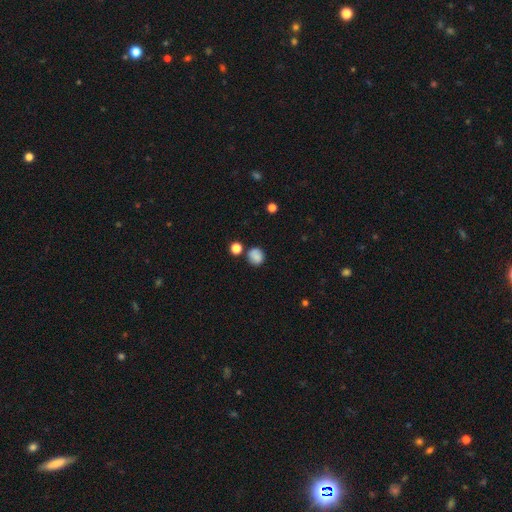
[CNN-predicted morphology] A smooth galaxy with no disk features (83%) that is round (85%).

Vote fractions:
- Smooth or featured? smooth: 83% / star or artifact: 11% / featured or disk: 6%
- How rounded? round: 85% / in between: 14% / cigar-shaped: 1%
- Merging? none: 75% / minor disturbance: 13% / merger: 8% / major disturbance: 4%